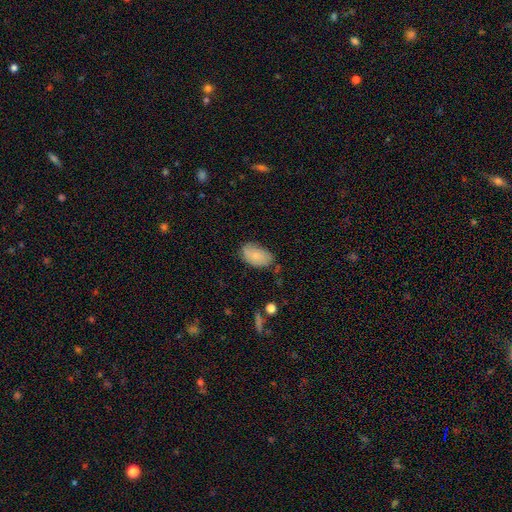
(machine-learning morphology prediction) This is likely a smooth galaxy (77%). How rounded: clearly in between (92%). Merging: likely none (62%).